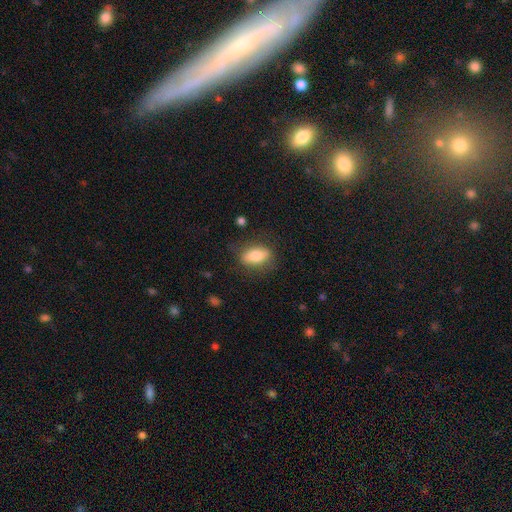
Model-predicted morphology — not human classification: Smooth or featured?
  - smooth: 76% *
  - featured or disk: 17%
  - star or artifact: 7%
How rounded?
  - in between: 84% *
  - round: 9%
  - cigar-shaped: 7%
Merging?
  - none: 75% *
  - minor disturbance: 17%
  - major disturbance: 6%
  - merger: 2%